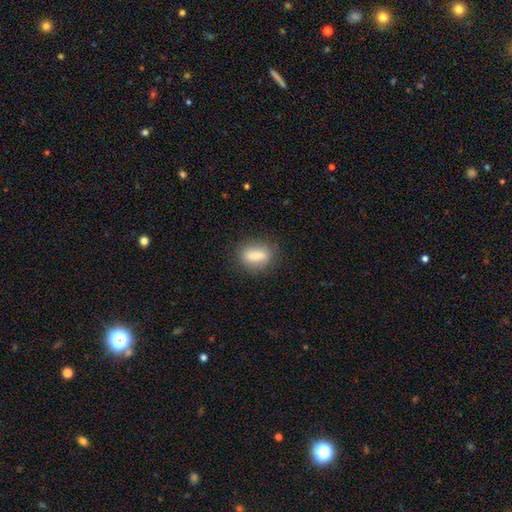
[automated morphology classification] Smooth or featured? smooth (77%)
How rounded? in between (68%)
Merging? none (81%)